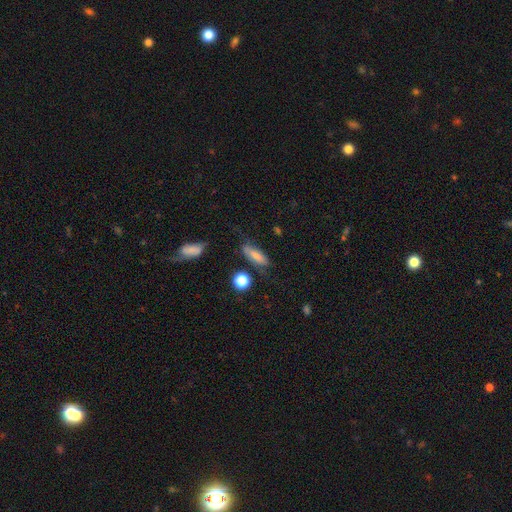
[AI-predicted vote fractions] Smooth or featured?
  - smooth: 72% *
  - featured or disk: 19%
  - star or artifact: 9%
How rounded?
  - in between: 53% *
  - cigar-shaped: 42%
  - round: 6%
Merging?
  - none: 65% *
  - minor disturbance: 22%
  - major disturbance: 8%
  - merger: 4%